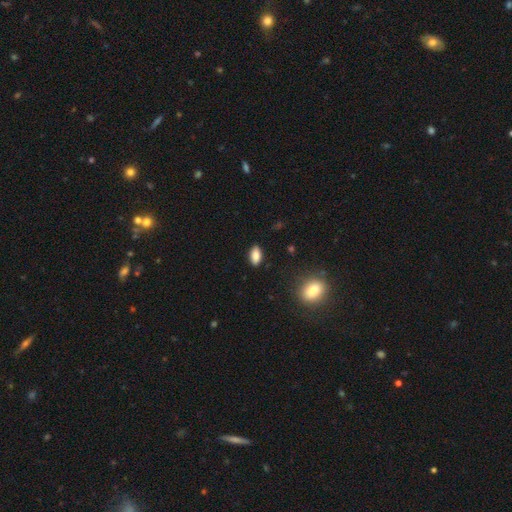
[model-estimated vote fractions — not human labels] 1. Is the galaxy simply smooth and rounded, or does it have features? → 85% smooth, 8% star or artifact, 7% featured or disk.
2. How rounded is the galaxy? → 90% in between, 6% cigar-shaped, 4% round.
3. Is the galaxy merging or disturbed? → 88% none, 9% minor disturbance, 2% major disturbance, 1% merger.